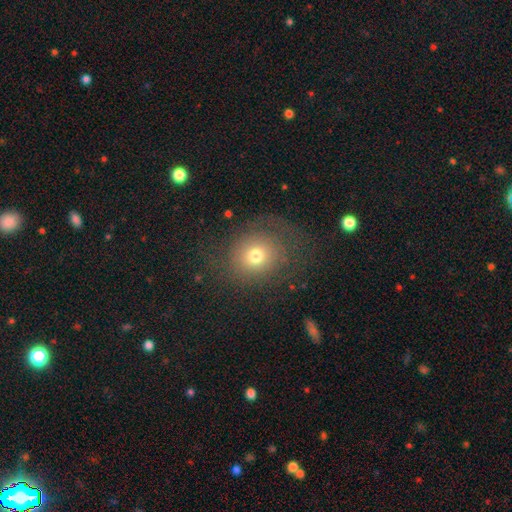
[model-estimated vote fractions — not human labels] smooth 67%, featured or disk 18%, star or artifact 15%. Down the decision tree: how rounded — round (79%); merging — none (68%).